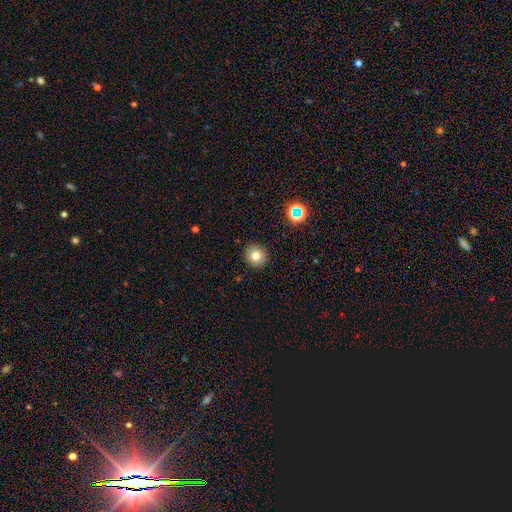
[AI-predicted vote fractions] This appears to be a smooth galaxy with no disk features (78%) that is round (89%). Merging: none (91%).